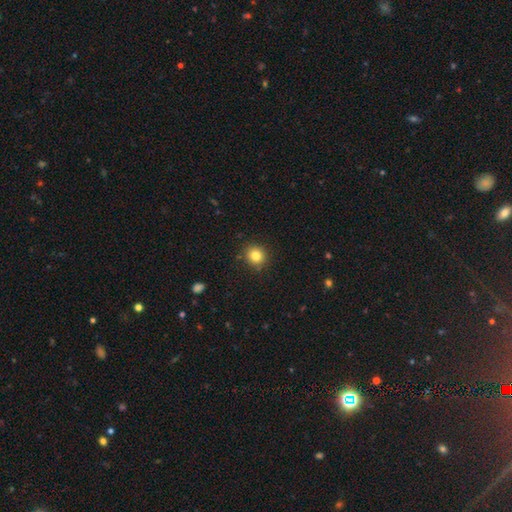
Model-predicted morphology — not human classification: Q: Smooth or featured?
A: smooth (82%); runner-up: star or artifact (12%)
Q: How rounded?
A: round (89%); runner-up: in between (10%)
Q: Merging?
A: none (89%); runner-up: minor disturbance (7%)